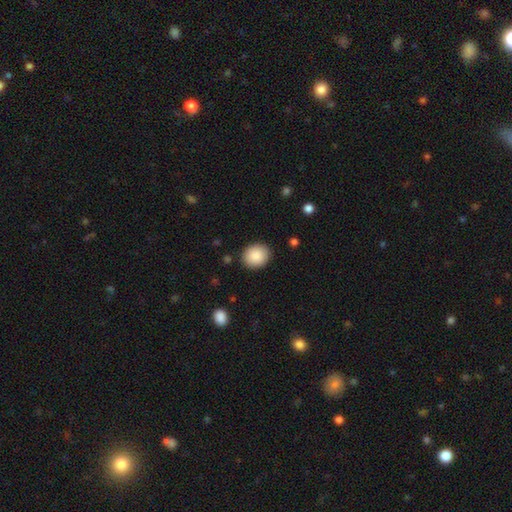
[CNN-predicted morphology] Smooth or featured? Predicted: smooth (p=0.89). How rounded? Predicted: round (p=0.70). Merging? Predicted: none (p=0.88).